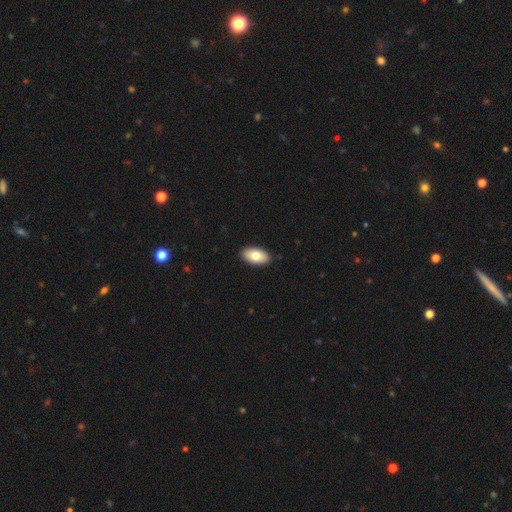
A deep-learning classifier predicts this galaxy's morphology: Smooth or featured: smooth — 81% (featured or disk — 12%)
How rounded: in between — 95% (round — 3%)
Merging: none — 91% (minor disturbance — 7%)